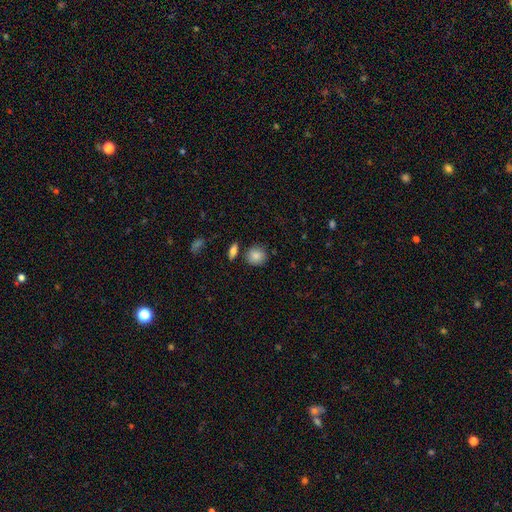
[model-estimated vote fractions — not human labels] Q: Smooth or featured?
A: smooth (85%); runner-up: star or artifact (8%)
Q: How rounded?
A: round (85%); runner-up: in between (14%)
Q: Merging?
A: none (81%); runner-up: minor disturbance (11%)